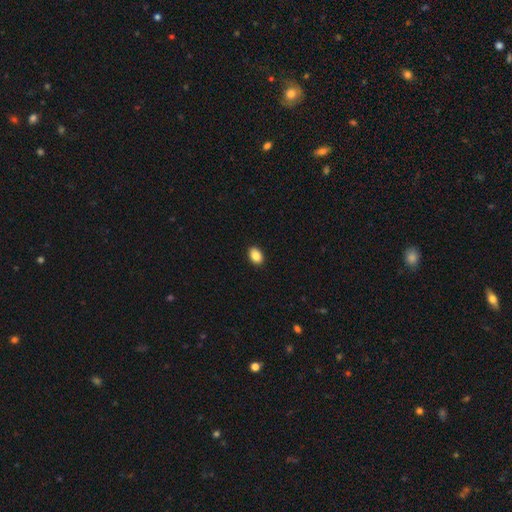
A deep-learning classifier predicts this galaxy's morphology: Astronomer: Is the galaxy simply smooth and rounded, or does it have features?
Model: smooth — 88%.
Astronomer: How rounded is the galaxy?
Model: in between — 80%.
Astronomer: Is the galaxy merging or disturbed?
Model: none — 91%.